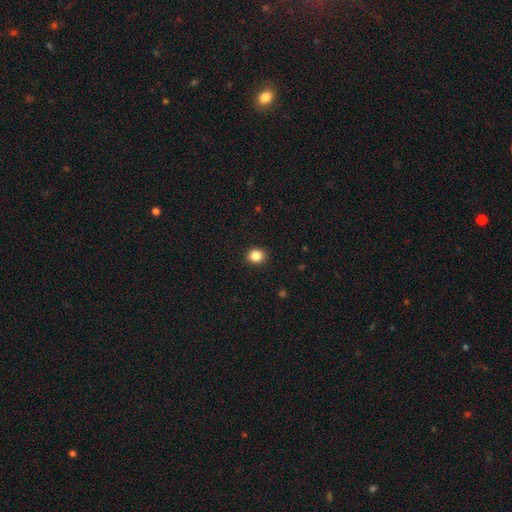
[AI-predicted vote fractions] Overall: smooth (85%). How rounded: round (77%). Merging: none (91%).